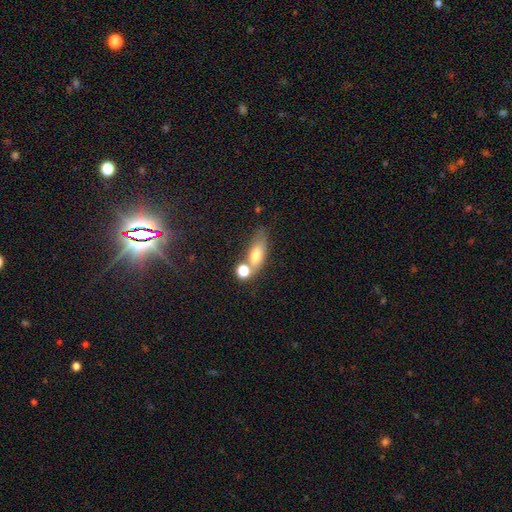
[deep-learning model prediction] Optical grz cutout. It shows a smooth galaxy with no disk features (69%) that is in between round and cigar-shaped (64%). Merging: none (50%).